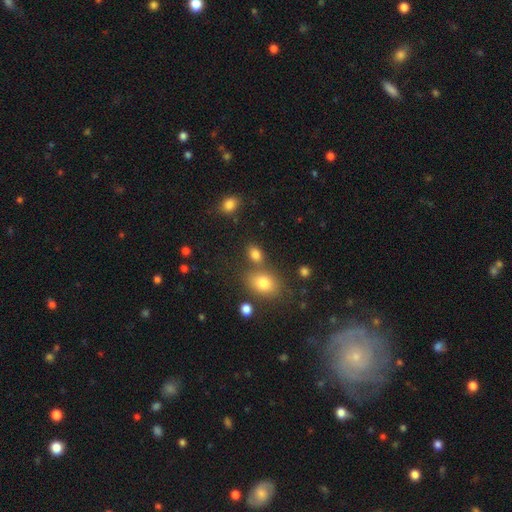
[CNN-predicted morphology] smooth-or-featured: smooth: 69% | star or artifact: 19% | featured or disk: 11%
  how-rounded: in between: 57% | round: 41% | cigar-shaped: 2%
  merging: none: 66% | merger: 18% | minor disturbance: 11% | major disturbance: 4%